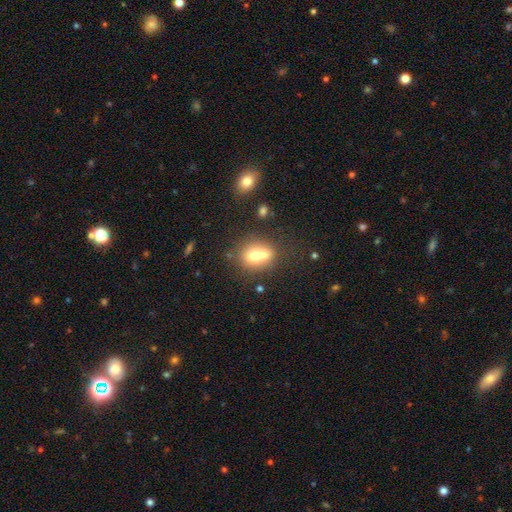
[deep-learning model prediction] This appears to be a smooth galaxy with no disk features (67%) that is round (55%). Merging: merger (51%).